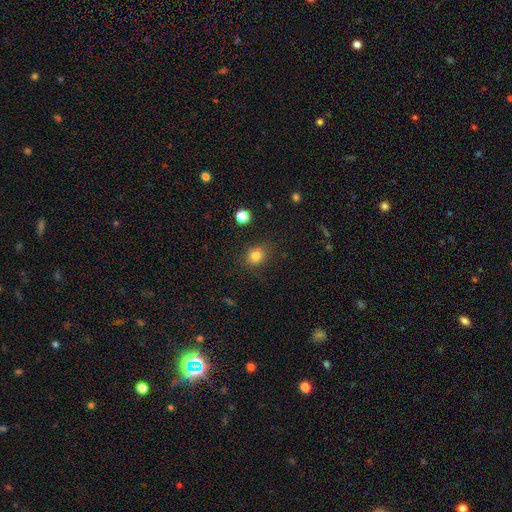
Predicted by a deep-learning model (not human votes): smooth 80%, star or artifact 13%, featured or disk 7%. Down the decision tree: how rounded — round (70%); merging — none (80%).